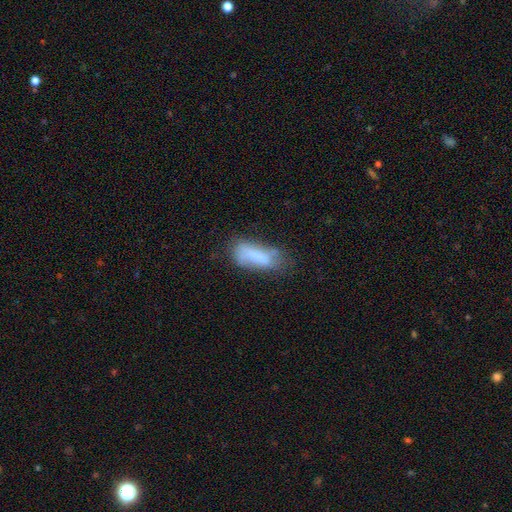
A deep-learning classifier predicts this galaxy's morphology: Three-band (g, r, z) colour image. It shows a smooth galaxy with no disk features (66%) that is in between round and cigar-shaped (72%). Merging: none (41%).